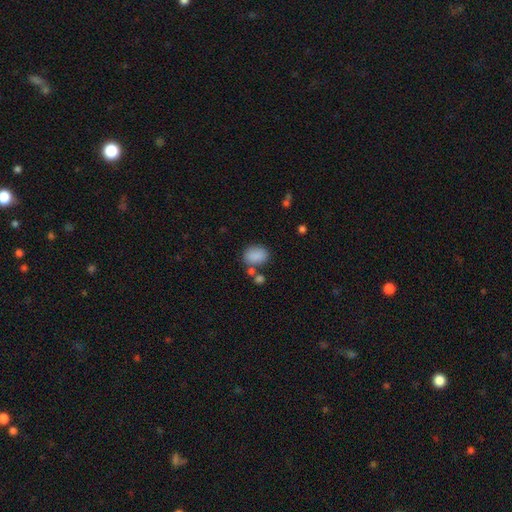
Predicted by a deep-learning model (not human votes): Morphology: type=smooth (85%); roundness=in between (73%); merging=none (66%).